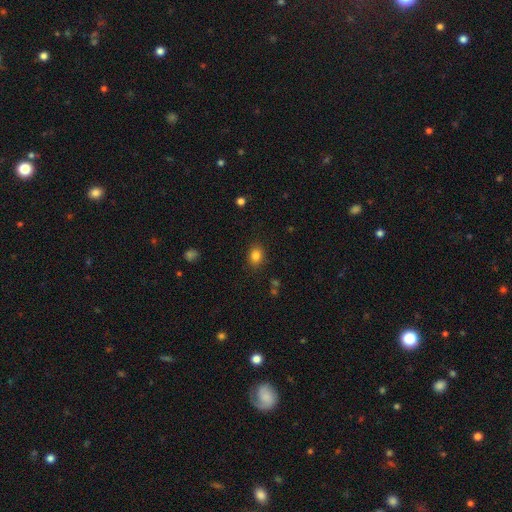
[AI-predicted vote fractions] smooth-or-featured: smooth: 84% | star or artifact: 11% | featured or disk: 6%
  how-rounded: in between: 58% | round: 41% | cigar-shaped: 1%
  merging: none: 86% | minor disturbance: 10% | major disturbance: 3% | merger: 1%